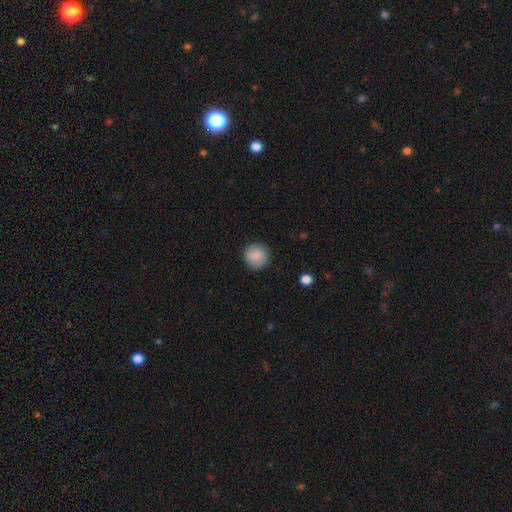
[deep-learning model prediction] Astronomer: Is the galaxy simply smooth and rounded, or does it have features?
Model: smooth — 88%.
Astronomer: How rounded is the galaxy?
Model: round — 94%.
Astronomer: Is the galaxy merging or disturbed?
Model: none — 90%.